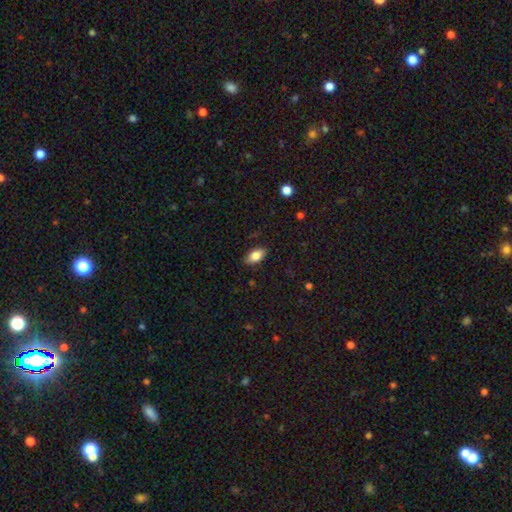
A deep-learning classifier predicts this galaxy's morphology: Smooth or featured? Predicted: smooth (p=0.82). How rounded? Predicted: in between (p=0.91). Merging? Predicted: none (p=0.84).